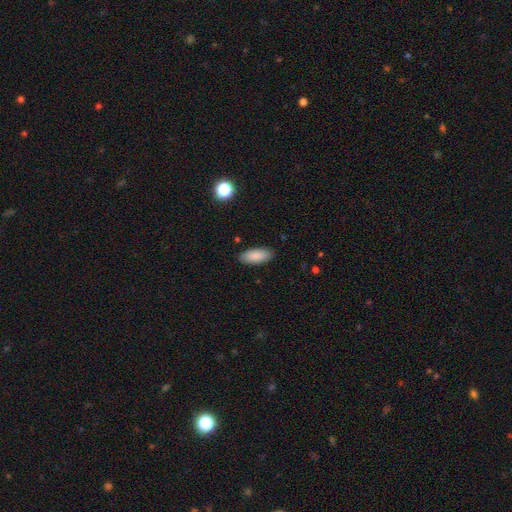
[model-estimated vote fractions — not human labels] A smooth galaxy with no disk features (88%) that is in between round and cigar-shaped (83%). Merging: none (88%).